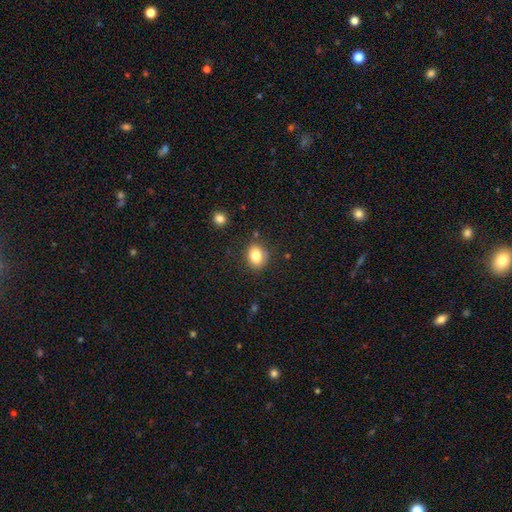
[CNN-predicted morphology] Q: Smooth or featured?
A: smooth (82%); runner-up: star or artifact (10%)
Q: How rounded?
A: in between (52%); runner-up: round (47%)
Q: Merging?
A: none (79%); runner-up: minor disturbance (14%)